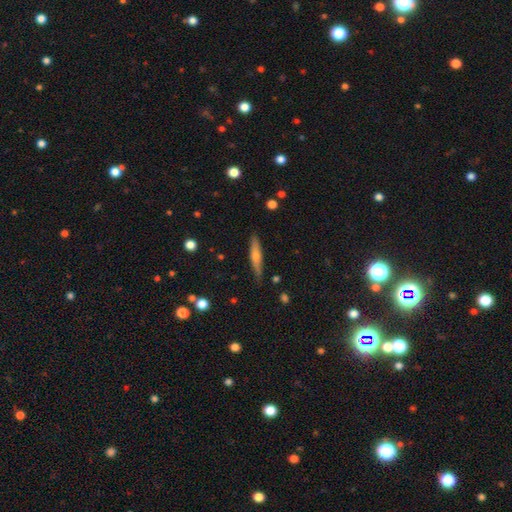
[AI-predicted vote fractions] A smooth galaxy with no disk features (52%) that is cigar-shaped (87%). Merging: none (84%).